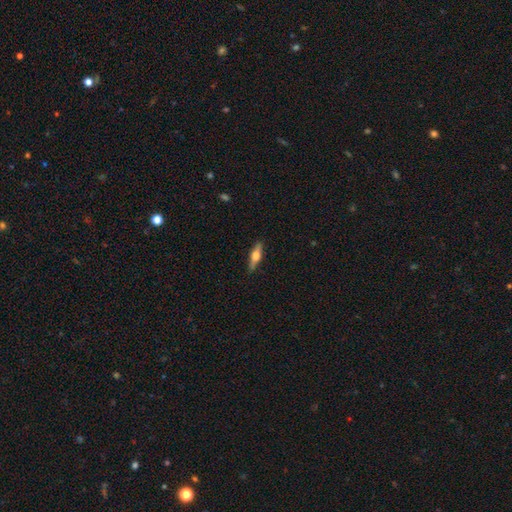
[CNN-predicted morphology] This is possibly a featured or disk galaxy (55%). It is clearly viewed edge-on (95%). Edge-on bulge: clearly rounded (91%). Merging: clearly none (89%).